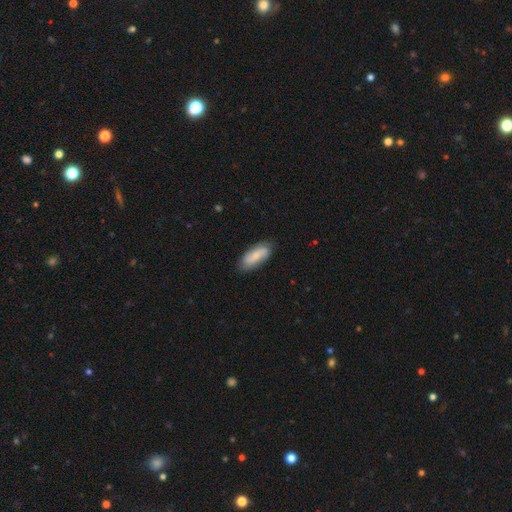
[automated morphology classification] Overall: smooth (64%; featured or disk 30%). How rounded: in between (77%). Merging: none (80%).